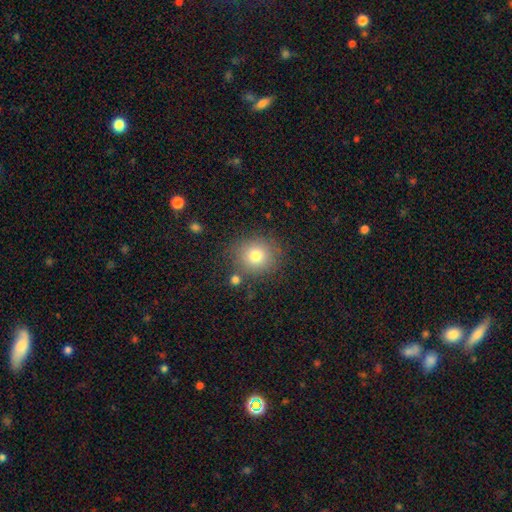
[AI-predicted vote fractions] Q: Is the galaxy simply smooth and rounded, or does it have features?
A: smooth — 78%.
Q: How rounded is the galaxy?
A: round — 84%.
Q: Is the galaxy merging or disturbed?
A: none — 80%.